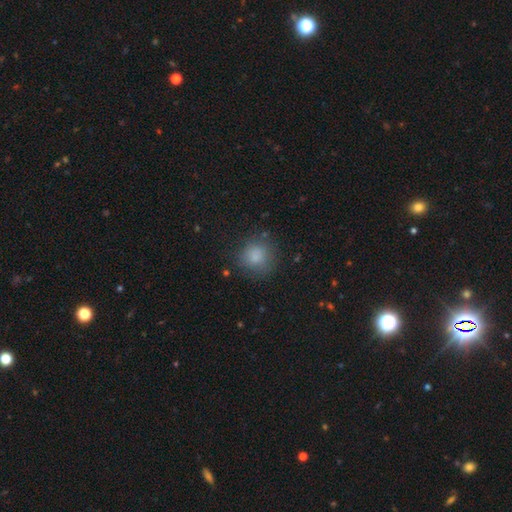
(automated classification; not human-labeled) Morphology: type=smooth (83%); roundness=round (87%); merging=none (77%).